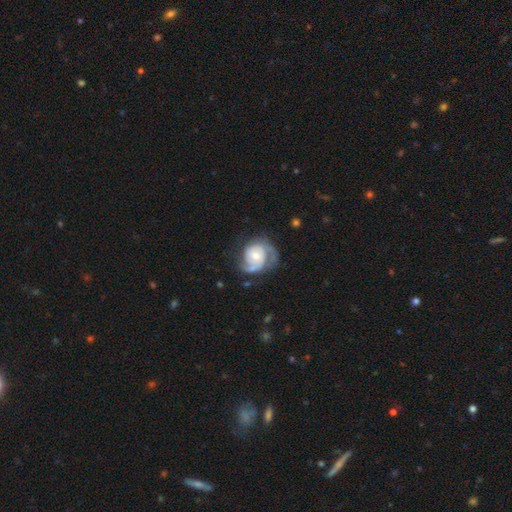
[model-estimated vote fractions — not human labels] featured or disk 78%, smooth 17%, star or artifact 5%. Down the decision tree: edge-on disk — no (98%); bar — no (75%); spiral arms — yes (91%); spiral arm count — 2 (56%); spiral winding — tight (47%); bulge size — moderate (47%); merging — none (56%).